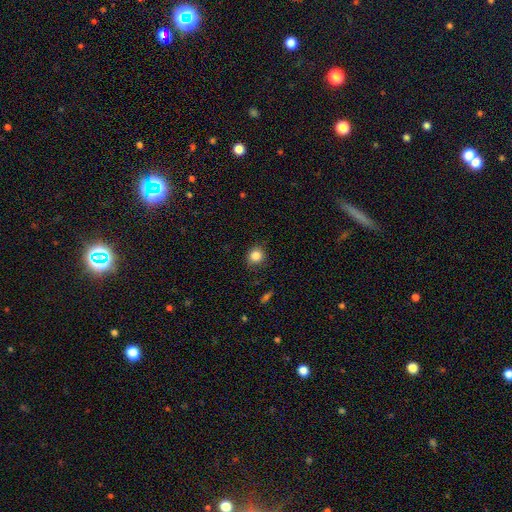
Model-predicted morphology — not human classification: Smooth or featured? smooth (84%)
How rounded? round (83%)
Merging? none (85%)